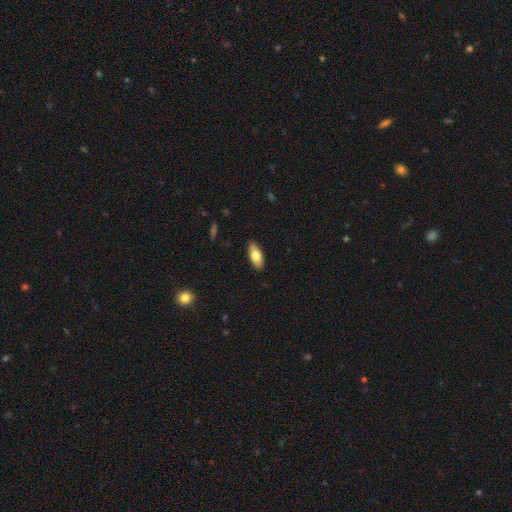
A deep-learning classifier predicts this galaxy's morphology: The model was most divided on "smooth or featured": smooth: 76%, featured or disk: 18%, star or artifact: 6%. More confident: merging — none (89%); how rounded — in between (84%).